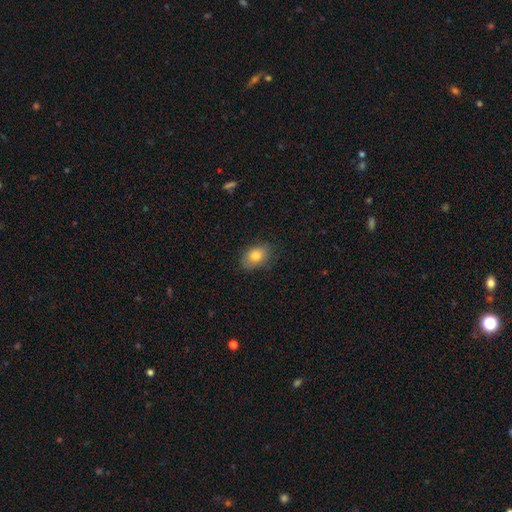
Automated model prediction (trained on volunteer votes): Smooth or featured? smooth (79%)
How rounded? in between (81%)
Merging? none (81%)